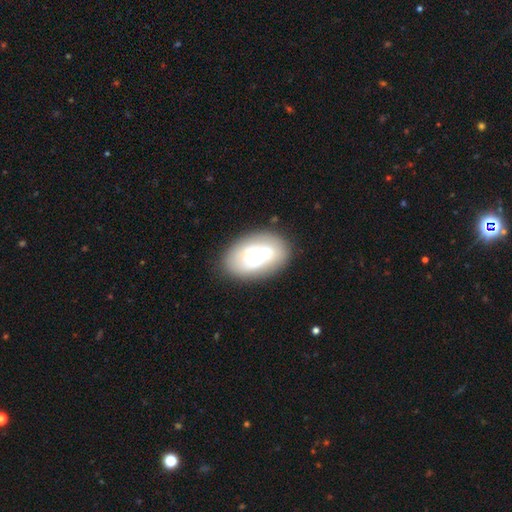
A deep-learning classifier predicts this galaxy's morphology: smooth-or-featured: featured or disk: 58% | smooth: 35% | star or artifact: 7%
  disk-edge-on: no: 95% | yes: 5%
    bar: no: 78% | weak: 17% | strong: 4%
    has-spiral-arms: yes: 61% | no: 39%
    bulge-size: small: 62% | moderate: 30% | large: 4% | none: 3% | dominant: 2%
  merging: none: 77% | minor disturbance: 16% | major disturbance: 6% | merger: 2%